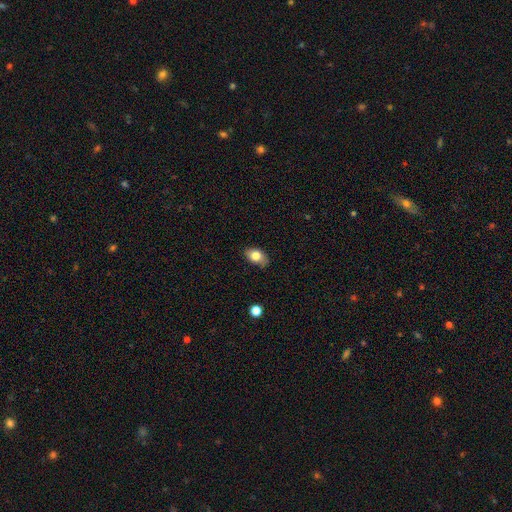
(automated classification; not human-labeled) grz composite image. It shows a smooth galaxy with no disk features (79%) that is in between round and cigar-shaped (85%). Merging: none (75%).